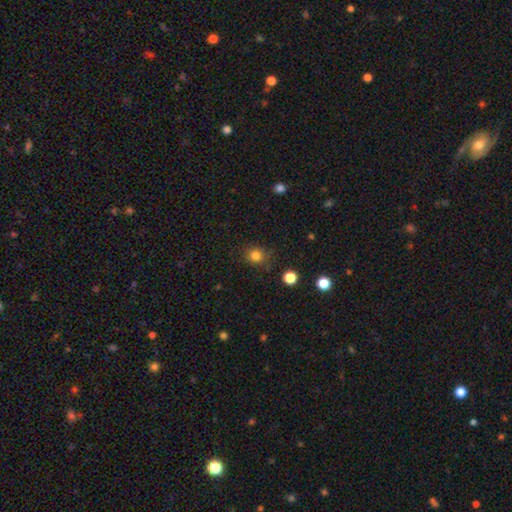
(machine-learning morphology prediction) A smooth galaxy with no disk features (81%) that is round (84%). Merging: none (83%).